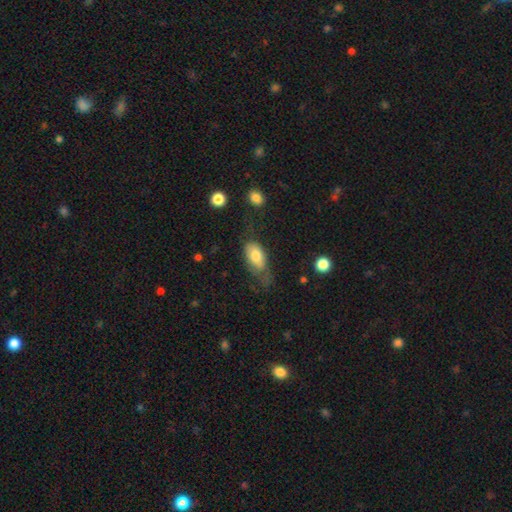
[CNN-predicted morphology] Smooth or featured: smooth — 75% (featured or disk — 19%)
How rounded: in between — 91% (round — 5%)
Merging: none — 37% (minor disturbance — 32%)